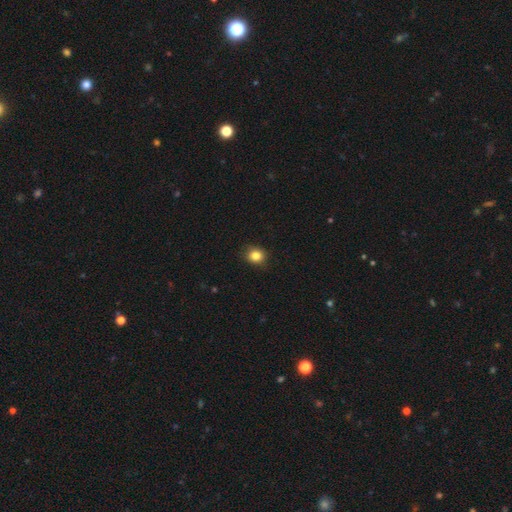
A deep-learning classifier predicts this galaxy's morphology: This appears to be a smooth galaxy with no disk features (84%) that is round (73%). Merging: none (88%).